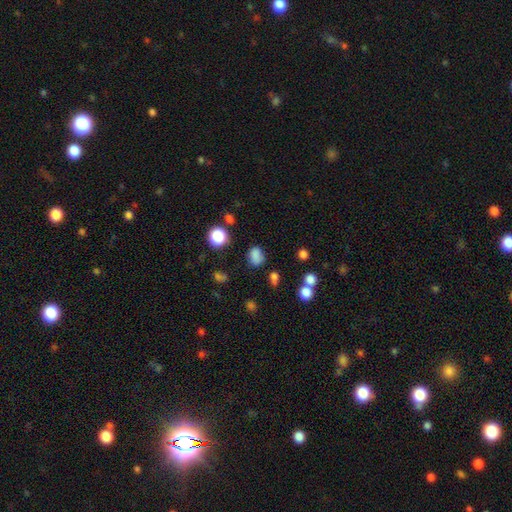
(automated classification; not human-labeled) Q: Smooth or featured?
A: smooth (77%); runner-up: star or artifact (17%)
Q: How rounded?
A: in between (59%); runner-up: round (40%)
Q: Merging?
A: none (69%); runner-up: minor disturbance (19%)